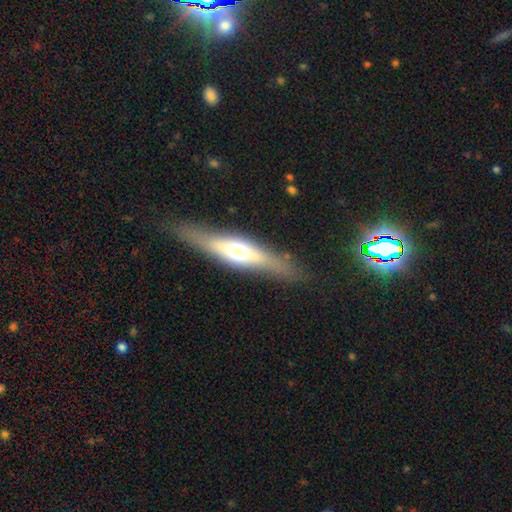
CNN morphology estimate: Overall: featured or disk (62%; smooth 30%). Edge-on disk: yes (89%). Edge-on bulge: rounded (85%). Merging: none (85%).